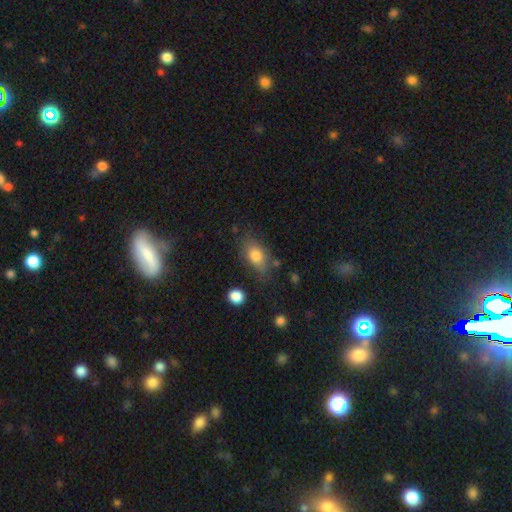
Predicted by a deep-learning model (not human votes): Morphology: type=smooth (77%); roundness=in between (84%); merging=none (66%).